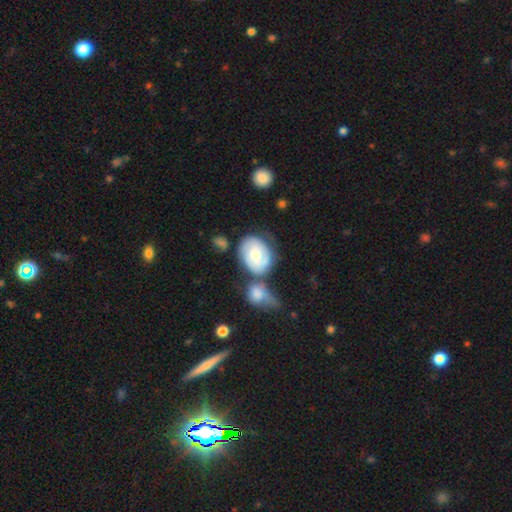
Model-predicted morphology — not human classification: A featured or disk galaxy (51%).

Vote fractions:
- Smooth or featured? featured or disk: 51% / smooth: 43% / star or artifact: 6%
- Edge-on disk? no: 96% / yes: 4%
- Merging? none: 37% / merger: 30% / minor disturbance: 20% / major disturbance: 12%